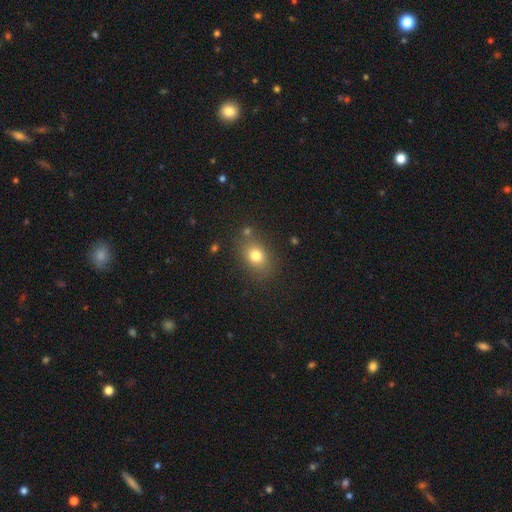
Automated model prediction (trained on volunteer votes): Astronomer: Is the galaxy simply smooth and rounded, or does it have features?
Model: smooth — 77%.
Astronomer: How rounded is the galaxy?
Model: in between — 59% (runner-up: round, 40%).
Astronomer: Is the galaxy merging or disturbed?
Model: none — 77%.